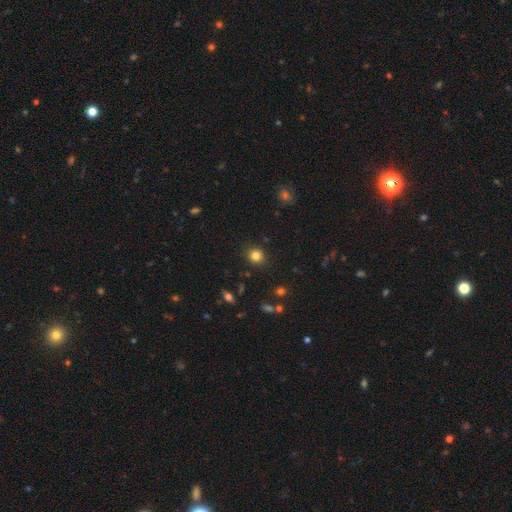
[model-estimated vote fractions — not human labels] smooth_or_featured: smooth (p=0.82) [alt: star or artifact p=0.12]
how_rounded: round (p=0.77) [alt: in between p=0.22]
merging: none (p=0.87) [alt: minor disturbance p=0.09]